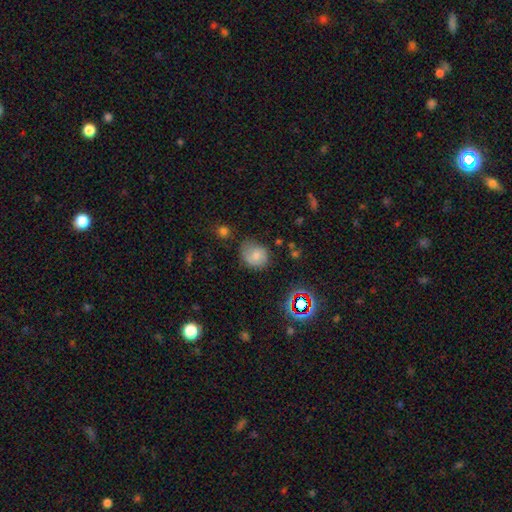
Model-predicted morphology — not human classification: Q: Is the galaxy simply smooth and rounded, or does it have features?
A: smooth — 71%.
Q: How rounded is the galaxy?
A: round — 69%.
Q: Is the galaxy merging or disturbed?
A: none — 59%.